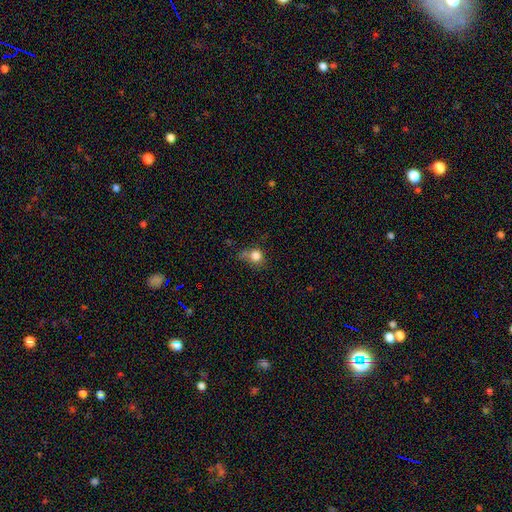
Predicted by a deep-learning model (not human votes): Smooth or featured: smooth — 81% (star or artifact — 12%)
How rounded: round — 80% (in between — 19%)
Merging: none — 48% (minor disturbance — 29%)